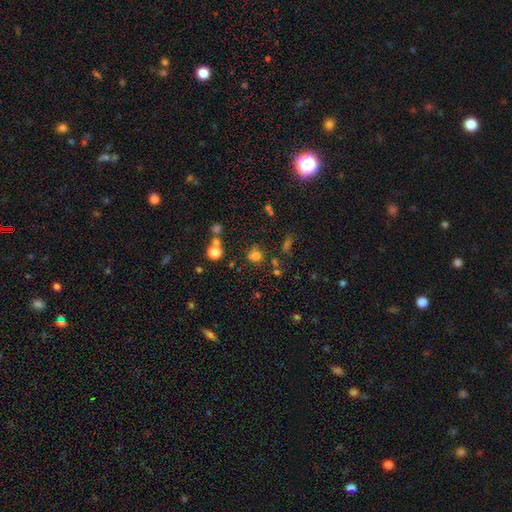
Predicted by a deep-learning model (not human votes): Q: Smooth or featured?
A: smooth (69%); runner-up: star or artifact (21%)
Q: How rounded?
A: round (83%); runner-up: in between (16%)
Q: Merging?
A: none (66%); runner-up: merger (16%)